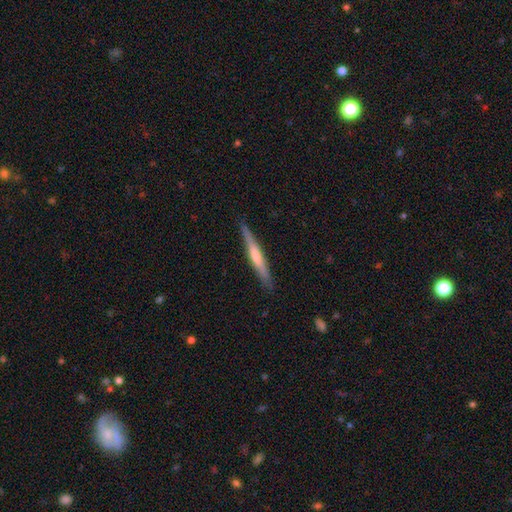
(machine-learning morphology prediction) Smooth or featured? featured or disk (66%)
Edge-on disk? yes (97%)
Edge-on bulge? rounded (67%)
Merging? none (90%)